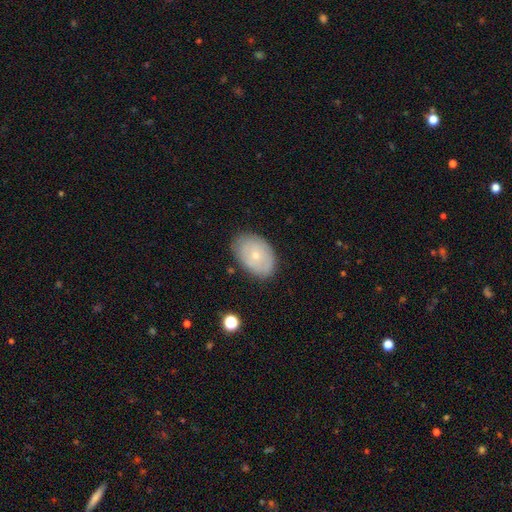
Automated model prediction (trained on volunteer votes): The model was most divided on "smooth or featured": smooth: 58%, featured or disk: 34%, star or artifact: 7%. More confident: how rounded — in between (84%); merging — none (79%).